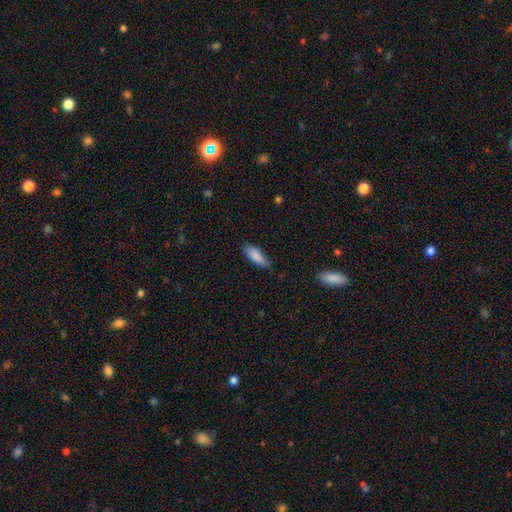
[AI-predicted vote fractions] Smooth or featured? Predicted: smooth (p=0.86). How rounded? Predicted: in between (p=0.68). Merging? Predicted: none (p=0.61).